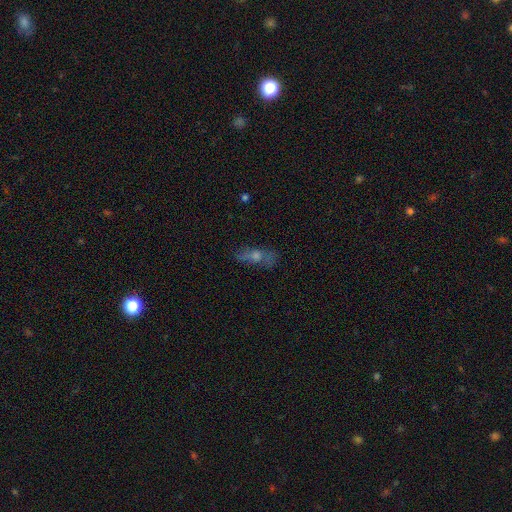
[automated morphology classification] A featured or disk galaxy (42%). Merging: none (65%).